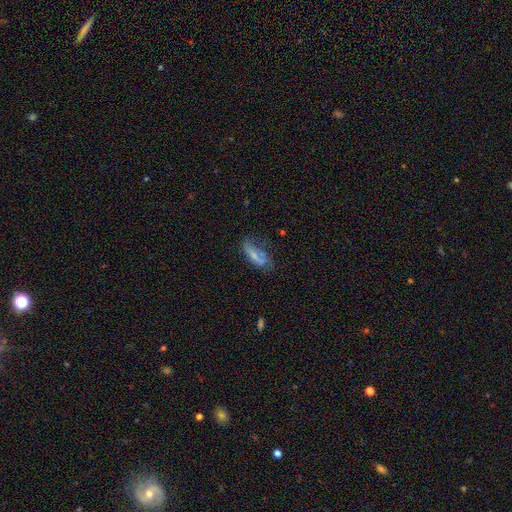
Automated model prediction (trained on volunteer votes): The model was most divided on "merging": none: 42%, minor disturbance: 30%, major disturbance: 22%, merger: 6%. More confident: how rounded — in between (70%); smooth or featured — smooth (59%).